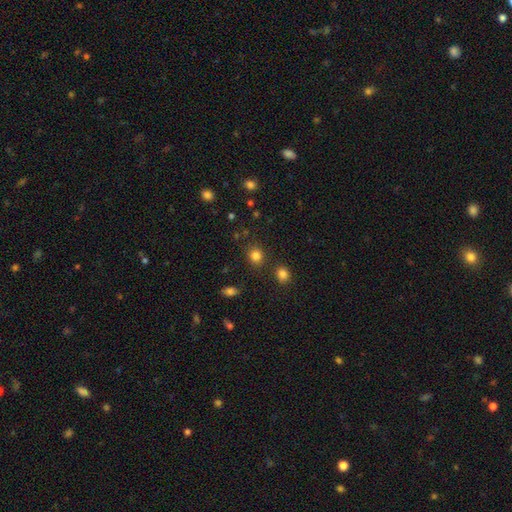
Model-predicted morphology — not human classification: This is clearly a smooth galaxy (83%). How rounded: clearly round (80%). Merging: clearly none (82%).